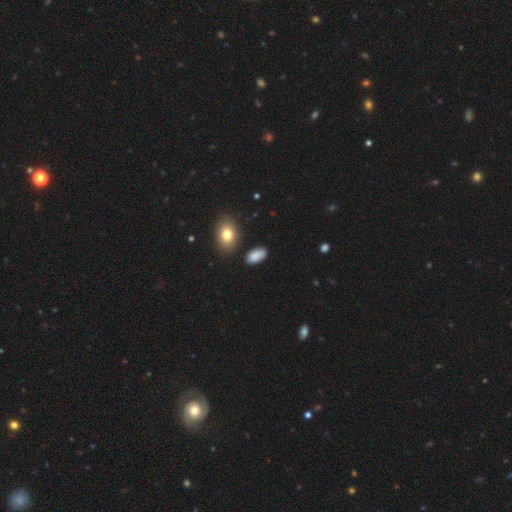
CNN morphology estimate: smooth-or-featured: smooth: 82% | star or artifact: 9% | featured or disk: 9%
  how-rounded: in between: 93% | round: 5% | cigar-shaped: 3%
  merging: none: 76% | minor disturbance: 17% | major disturbance: 4% | merger: 4%